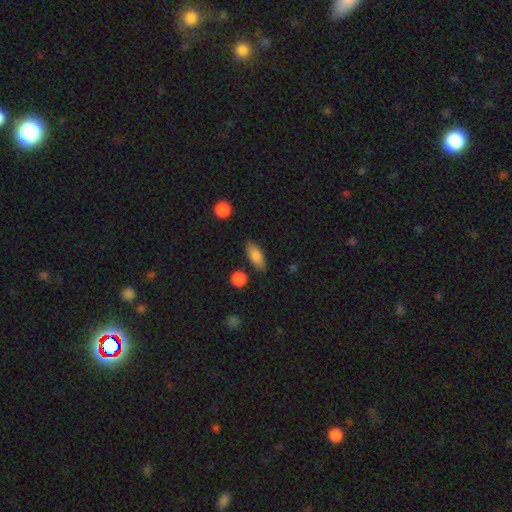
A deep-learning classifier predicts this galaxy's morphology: The model was most divided on "how rounded": in between: 79%, cigar-shaped: 17%, round: 4%. More confident: merging — none (82%); smooth or featured — smooth (81%).